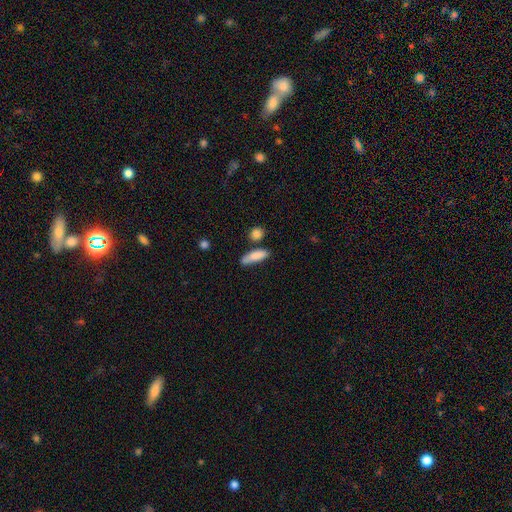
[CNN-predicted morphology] type=smooth (82%); roundness=cigar-shaped (54%); merging=none (62%).